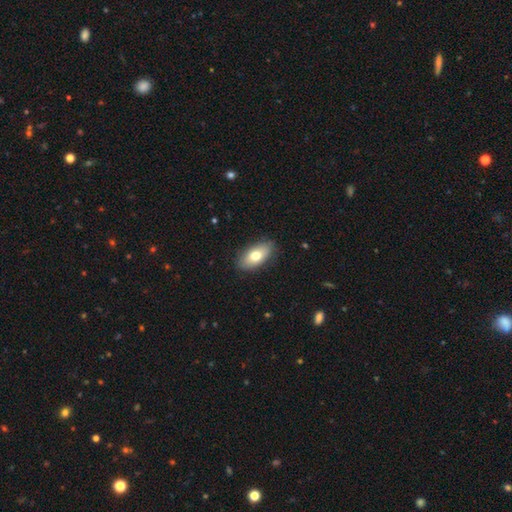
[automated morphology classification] Smooth or featured? Predicted: smooth (p=0.73). How rounded? Predicted: in between (p=0.90). Merging? Predicted: none (p=0.86).